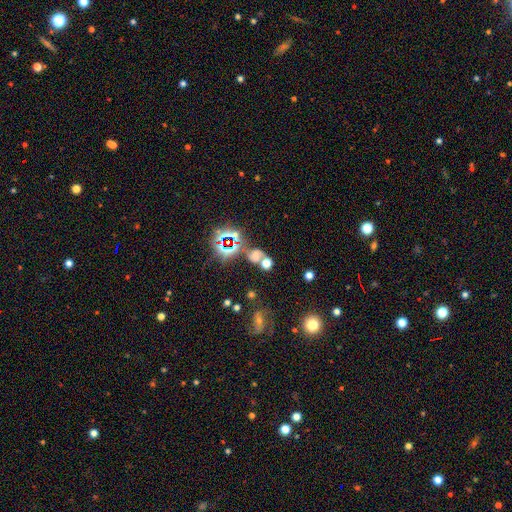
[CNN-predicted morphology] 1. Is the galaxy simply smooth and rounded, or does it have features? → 48% star or artifact, 39% smooth, 13% featured or disk.